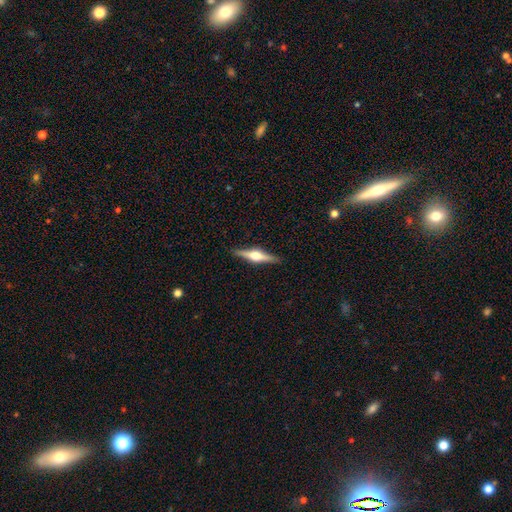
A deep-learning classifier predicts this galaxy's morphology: smooth_or_featured: featured or disk (p=0.76) [alt: smooth p=0.19]
disk_edge_on: yes (p=0.98) [alt: no p=0.02]
edge_on_bulge: rounded (p=0.94) [alt: boxy p=0.04]
merging: none (p=0.90) [alt: minor disturbance p=0.07]